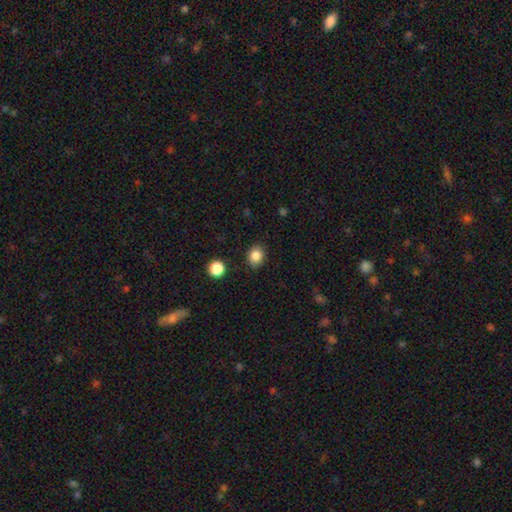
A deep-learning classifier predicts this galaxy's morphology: Q: Smooth or featured?
A: smooth (85%); runner-up: star or artifact (10%)
Q: How rounded?
A: round (58%); runner-up: in between (41%)
Q: Merging?
A: none (87%); runner-up: minor disturbance (9%)